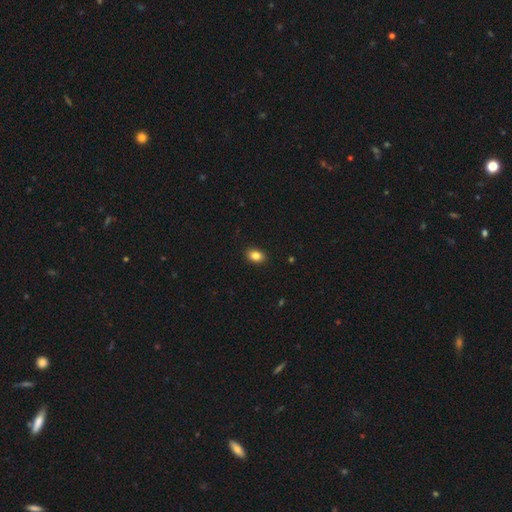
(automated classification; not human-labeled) Smooth or featured: smooth — 85% (star or artifact — 9%)
How rounded: in between — 78% (round — 20%)
Merging: none — 90% (minor disturbance — 7%)